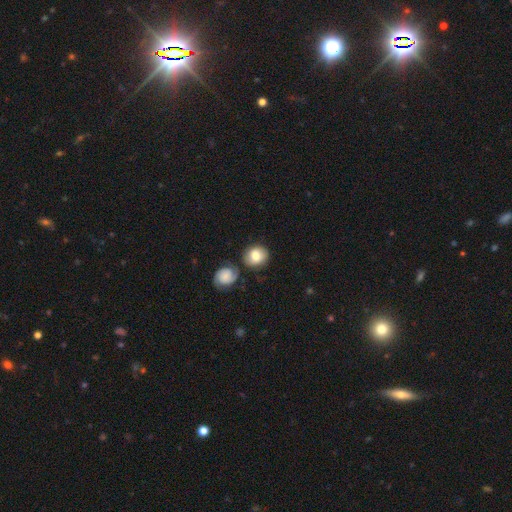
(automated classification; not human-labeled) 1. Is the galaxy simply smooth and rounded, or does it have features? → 77% smooth, 16% featured or disk, 7% star or artifact.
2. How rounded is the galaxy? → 73% round, 26% in between, 1% cigar-shaped.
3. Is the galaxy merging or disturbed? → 67% none, 16% minor disturbance, 11% merger, 5% major disturbance.